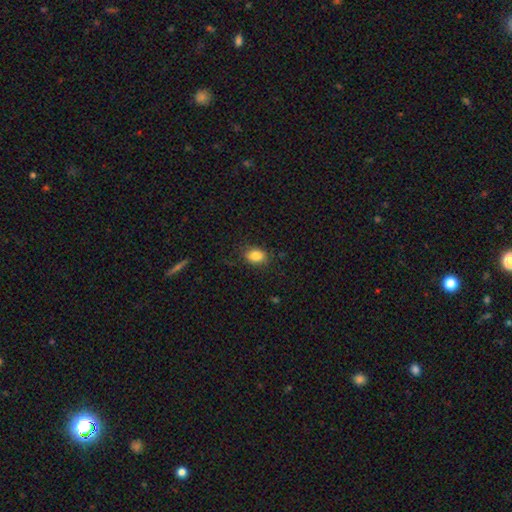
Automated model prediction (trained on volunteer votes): smooth 85%, star or artifact 9%, featured or disk 6%. Down the decision tree: how rounded — in between (74%); merging — none (81%).